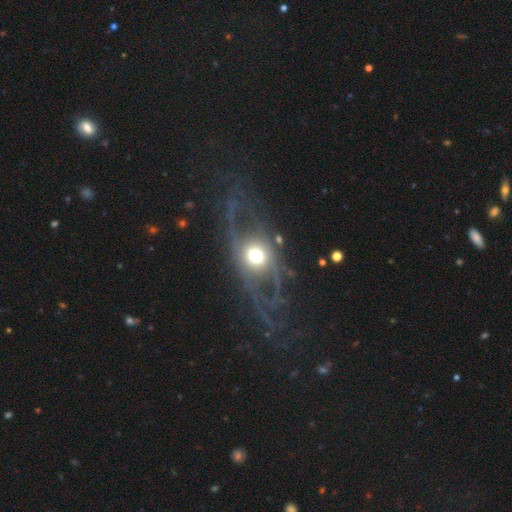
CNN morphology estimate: type=featured or disk (70%); edge-on=no (87%); bar=no (78%); spiral arms=yes (64%); bulge=moderate (49%); merging=none (53%).